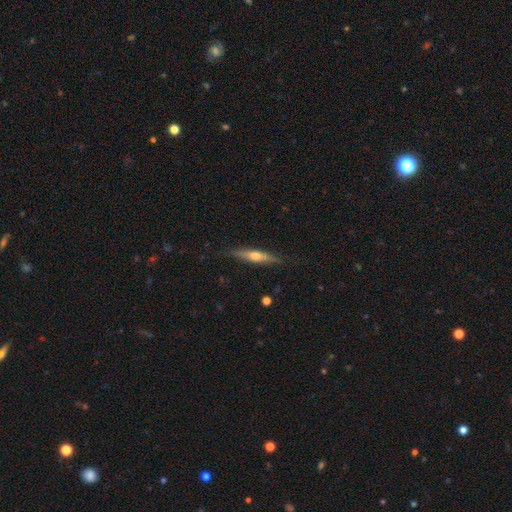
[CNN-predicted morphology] Smooth or featured: featured or disk — 56% (smooth — 37%)
Edge-on disk: yes — 94% (no — 6%)
Edge-on bulge: rounded — 83% (none — 11%)
Merging: none — 85% (minor disturbance — 12%)